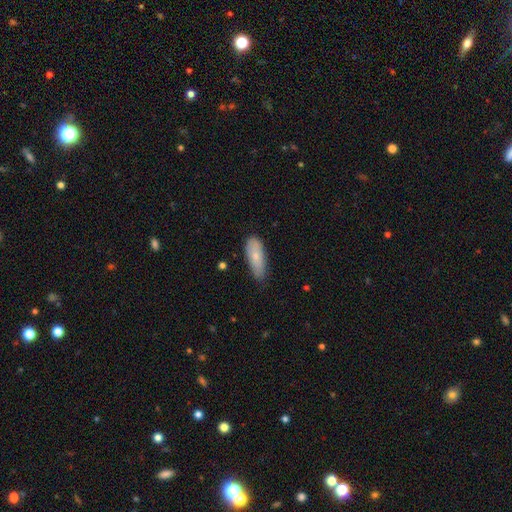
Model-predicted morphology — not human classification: A smooth galaxy with no disk features (71%) that is in between round and cigar-shaped (63%).

Vote fractions:
- Smooth or featured? smooth: 71% / featured or disk: 22% / star or artifact: 7%
- How rounded? in between: 63% / cigar-shaped: 34% / round: 2%
- Merging? none: 69% / minor disturbance: 26% / major disturbance: 4% / merger: 2%